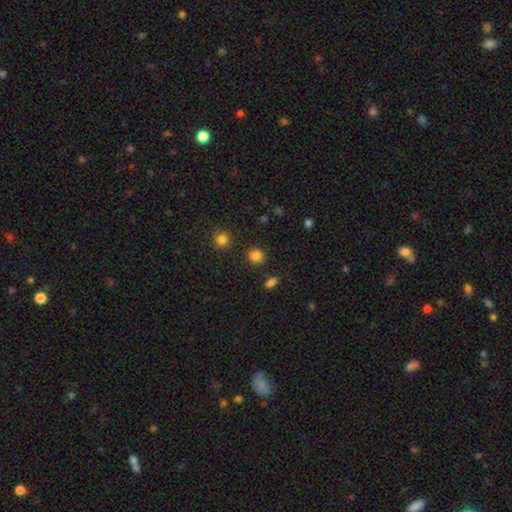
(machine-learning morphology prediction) A smooth galaxy with no disk features (82%) that is round (75%).

Vote fractions:
- Smooth or featured? smooth: 82% / star or artifact: 14% / featured or disk: 4%
- How rounded? round: 75% / in between: 24% / cigar-shaped: 1%
- Merging? none: 81% / minor disturbance: 11% / merger: 4% / major disturbance: 3%